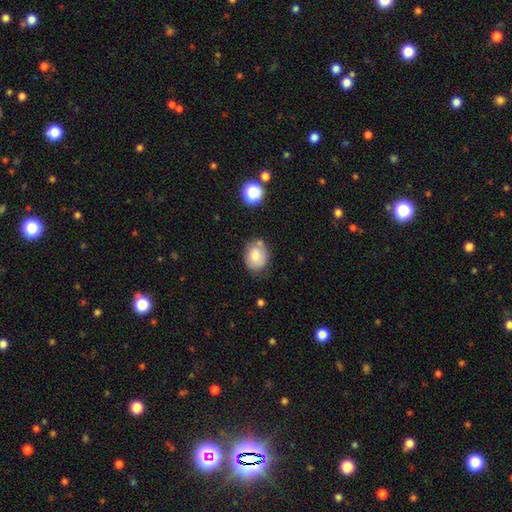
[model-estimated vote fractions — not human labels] This is likely a smooth galaxy (77%). How rounded: possibly round (50%). Merging: likely none (66%).